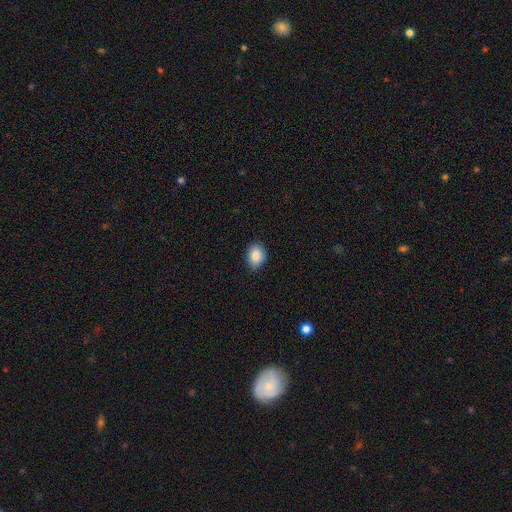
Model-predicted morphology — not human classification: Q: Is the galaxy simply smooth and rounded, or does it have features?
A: smooth — 87%.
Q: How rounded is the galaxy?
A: in between — 63%.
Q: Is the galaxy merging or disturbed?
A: none — 82%.